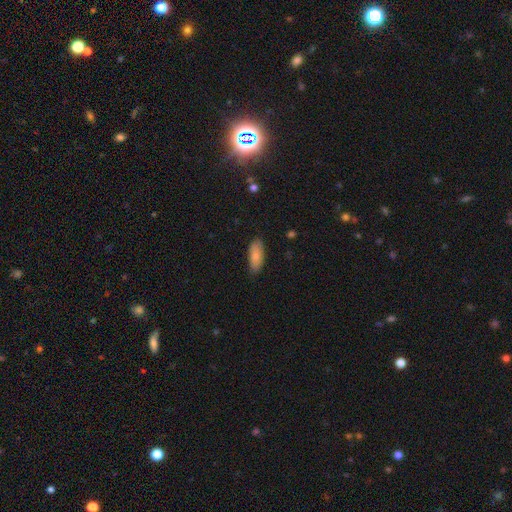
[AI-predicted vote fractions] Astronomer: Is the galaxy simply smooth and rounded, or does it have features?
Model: smooth — 82%.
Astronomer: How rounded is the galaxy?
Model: in between — 79%.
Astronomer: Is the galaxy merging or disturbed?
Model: none — 81%.